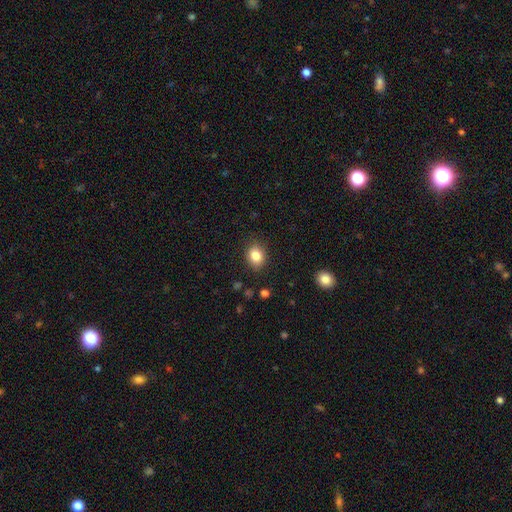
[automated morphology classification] This appears to be a smooth galaxy with no disk features (84%) that is in between round and cigar-shaped (53%). Merging: none (86%).